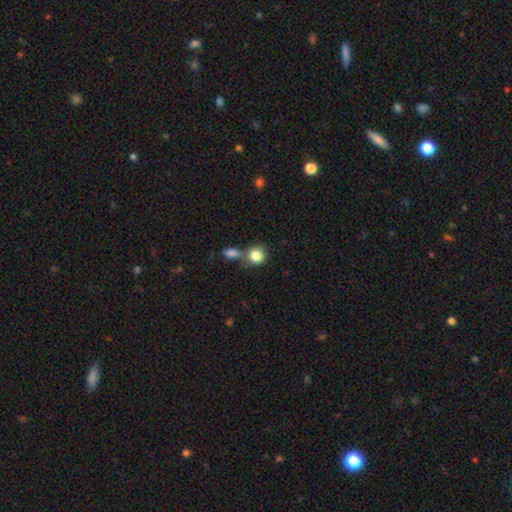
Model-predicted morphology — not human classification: A smooth galaxy with no disk features (83%) that is round (83%). Merging: none (47%).